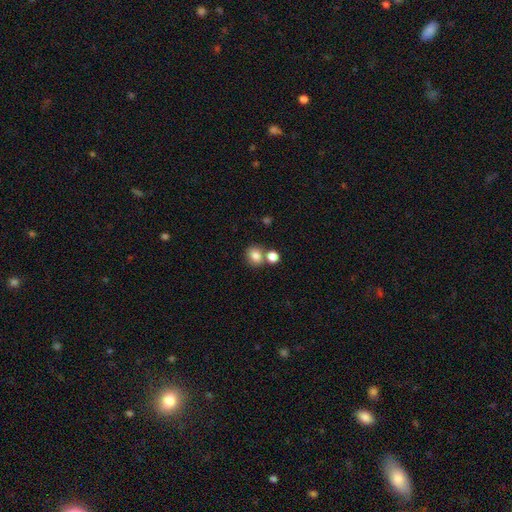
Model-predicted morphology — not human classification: smooth 83%, star or artifact 11%, featured or disk 6%. Down the decision tree: how rounded — round (77%); merging — none (65%).